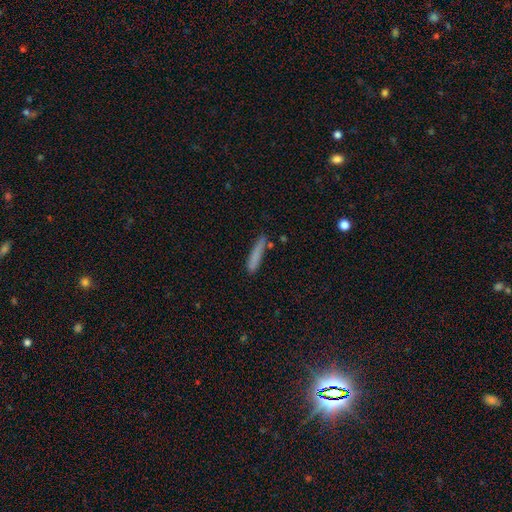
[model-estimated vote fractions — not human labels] The model was most divided on "merging": none: 77%, minor disturbance: 16%, merger: 4%, major disturbance: 3%. More confident: how rounded — cigar-shaped (92%); smooth or featured — smooth (79%).